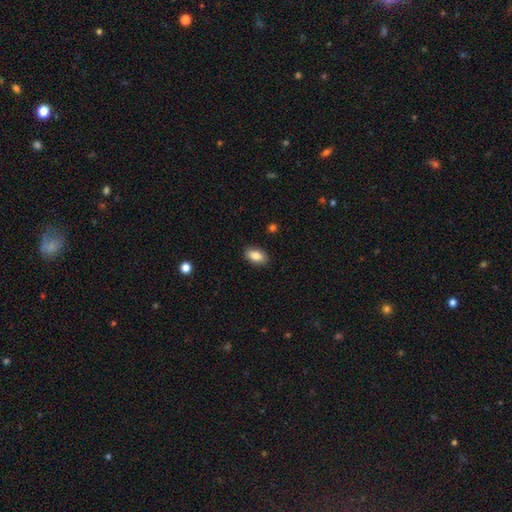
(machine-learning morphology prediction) Smooth or featured?
  - smooth: 86% *
  - star or artifact: 7%
  - featured or disk: 7%
How rounded?
  - in between: 92% *
  - round: 6%
  - cigar-shaped: 2%
Merging?
  - none: 88% *
  - minor disturbance: 9%
  - major disturbance: 2%
  - merger: 1%